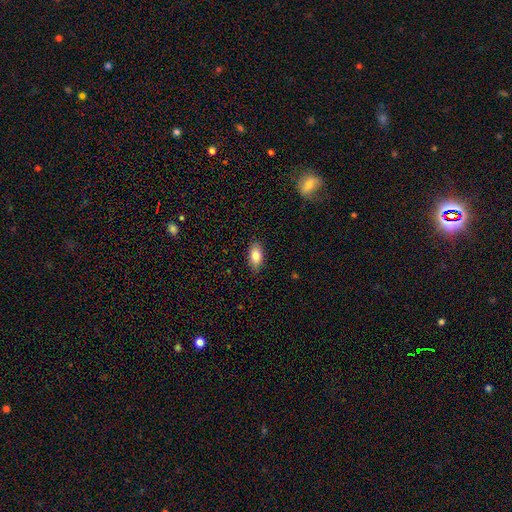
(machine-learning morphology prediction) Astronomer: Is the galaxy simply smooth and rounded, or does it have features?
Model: smooth — 81%.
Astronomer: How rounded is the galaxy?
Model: in between — 90%.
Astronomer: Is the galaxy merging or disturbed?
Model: none — 86%.